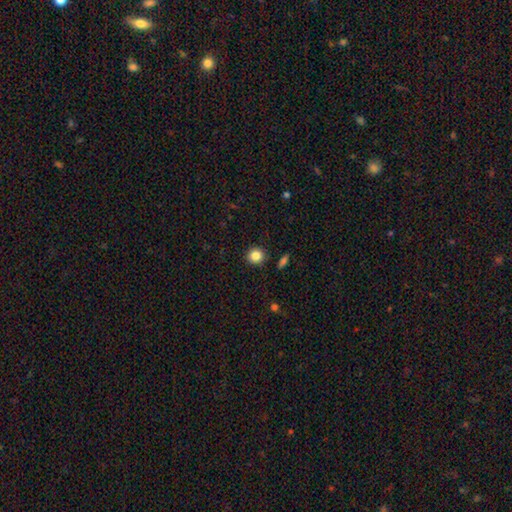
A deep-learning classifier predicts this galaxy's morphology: Q: Smooth or featured?
A: smooth (85%); runner-up: star or artifact (10%)
Q: How rounded?
A: round (89%); runner-up: in between (10%)
Q: Merging?
A: none (91%); runner-up: minor disturbance (5%)